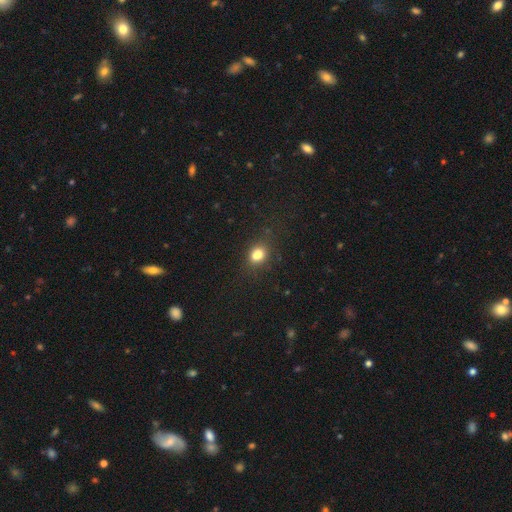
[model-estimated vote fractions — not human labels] smooth 80%, star or artifact 13%, featured or disk 7%. Down the decision tree: how rounded — in between (55%); merging — none (71%).